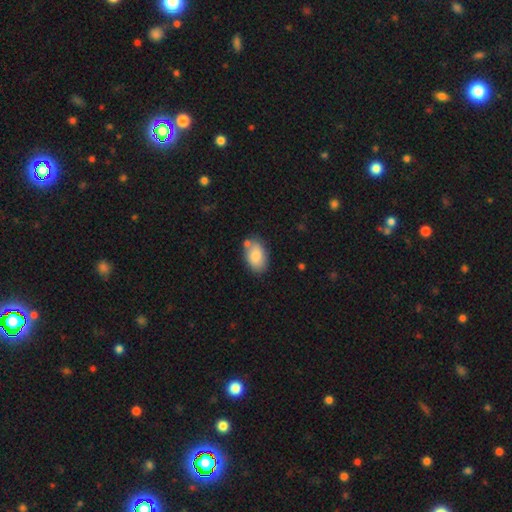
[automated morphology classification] smooth_or_featured: smooth (p=0.84) [alt: featured or disk p=0.10]
how_rounded: in between (p=0.91) [alt: round p=0.07]
merging: none (p=0.70) [alt: minor disturbance p=0.17]